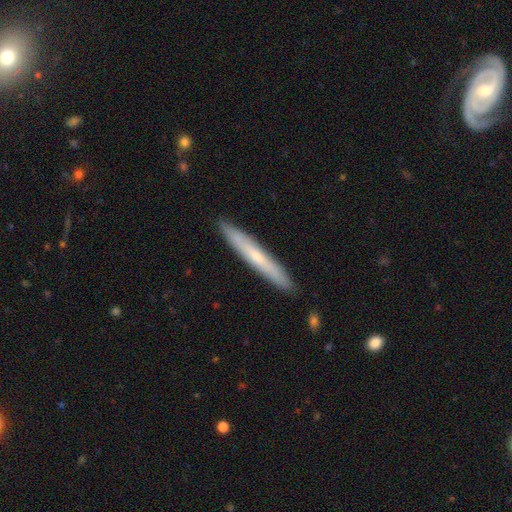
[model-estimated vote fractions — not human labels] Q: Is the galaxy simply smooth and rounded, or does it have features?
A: smooth — 53%.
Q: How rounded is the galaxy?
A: cigar-shaped — 95%.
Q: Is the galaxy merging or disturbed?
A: none — 90%.